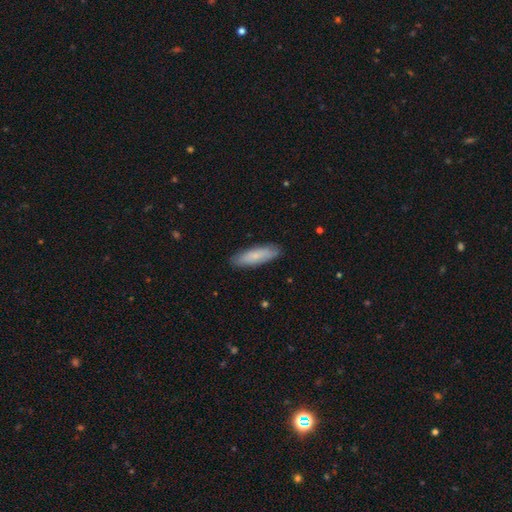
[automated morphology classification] smooth_or_featured: smooth (p=0.73) [alt: featured or disk p=0.21]
how_rounded: cigar-shaped (p=0.61) [alt: in between p=0.37]
merging: none (p=0.87) [alt: minor disturbance p=0.10]